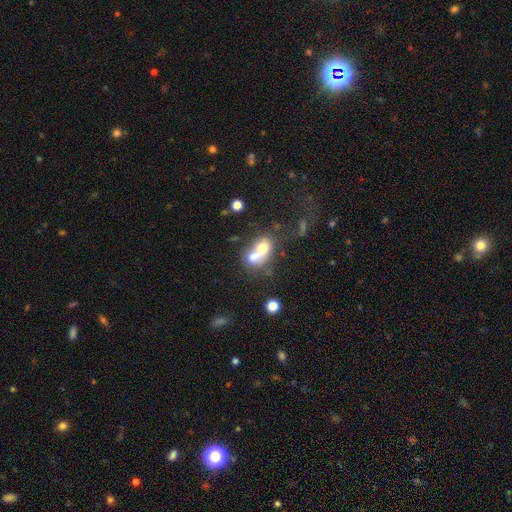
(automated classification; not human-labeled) Smooth or featured: smooth — 63% (featured or disk — 27%)
How rounded: in between — 56% (round — 43%)
Merging: merger — 71% (none — 18%)